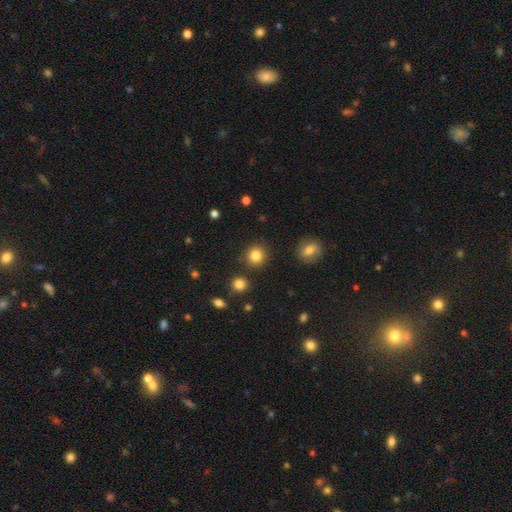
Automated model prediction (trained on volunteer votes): This appears to be a smooth galaxy with no disk features (83%) that is round (90%). Merging: none (87%).